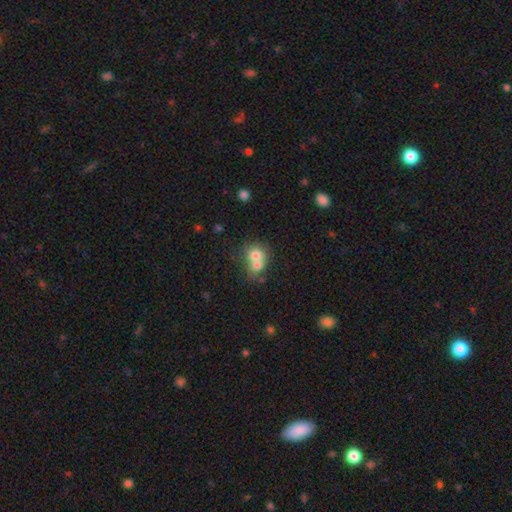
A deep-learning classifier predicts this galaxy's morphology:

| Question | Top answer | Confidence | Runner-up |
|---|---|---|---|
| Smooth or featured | smooth | 70% | featured or disk (20%) |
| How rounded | round | 70% | in between (30%) |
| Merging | merger | 68% | none (23%) |